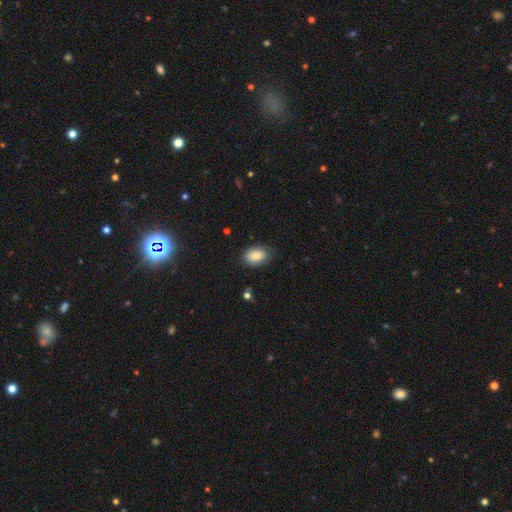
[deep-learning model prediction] smooth_or_featured: smooth (p=0.85) [alt: star or artifact p=0.07]
how_rounded: in between (p=0.89) [alt: round p=0.10]
merging: none (p=0.78) [alt: minor disturbance p=0.17]